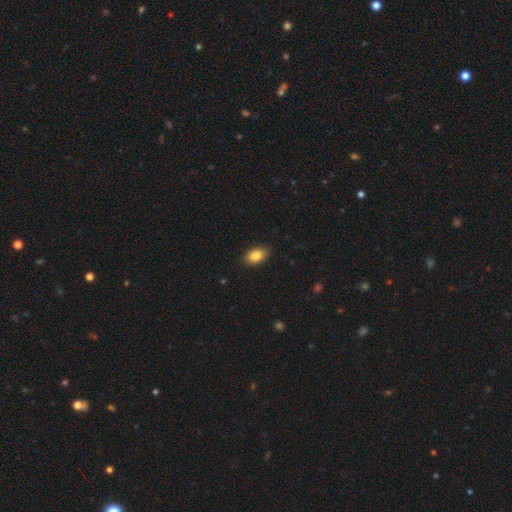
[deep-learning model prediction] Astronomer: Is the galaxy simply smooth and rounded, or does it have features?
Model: smooth — 86%.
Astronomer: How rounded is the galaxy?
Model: in between — 90%.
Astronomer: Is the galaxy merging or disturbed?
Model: none — 89%.